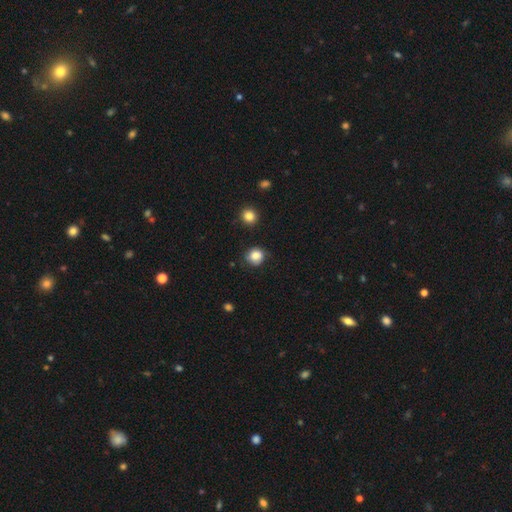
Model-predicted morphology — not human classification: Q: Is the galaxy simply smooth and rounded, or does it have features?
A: smooth — 82%.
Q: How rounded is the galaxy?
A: round — 82%.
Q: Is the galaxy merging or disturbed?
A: none — 73%.